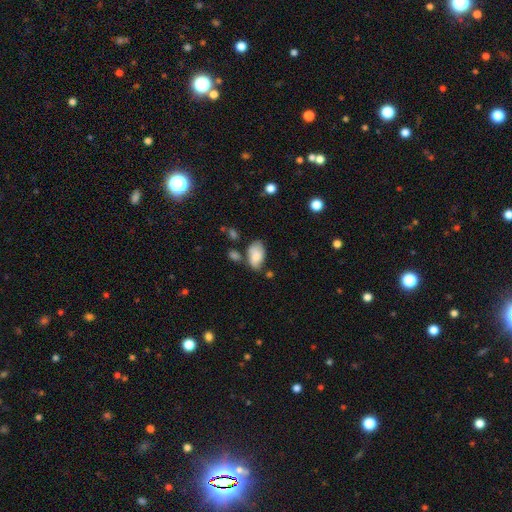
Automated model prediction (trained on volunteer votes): Smooth or featured? smooth (75%)
How rounded? in between (93%)
Merging? none (52%)